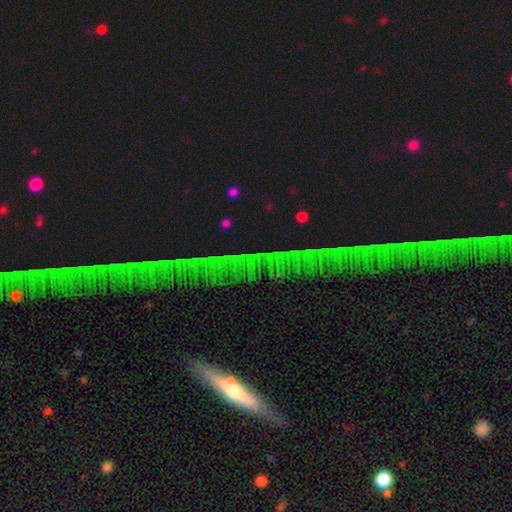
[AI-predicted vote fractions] A star or artifact, not a galaxy (59%).

Vote fractions:
- Smooth or featured? star or artifact: 59% / featured or disk: 26% / smooth: 15%